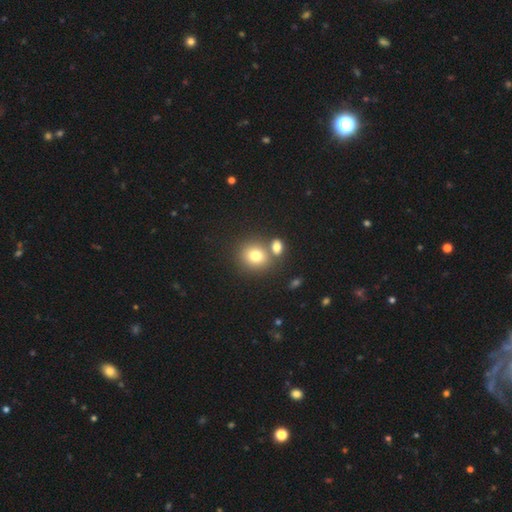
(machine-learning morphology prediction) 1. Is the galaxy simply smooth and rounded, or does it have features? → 77% smooth, 12% star or artifact, 10% featured or disk.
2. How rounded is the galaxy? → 75% round, 24% in between, 1% cigar-shaped.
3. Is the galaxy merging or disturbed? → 60% none, 29% merger, 9% minor disturbance, 3% major disturbance.